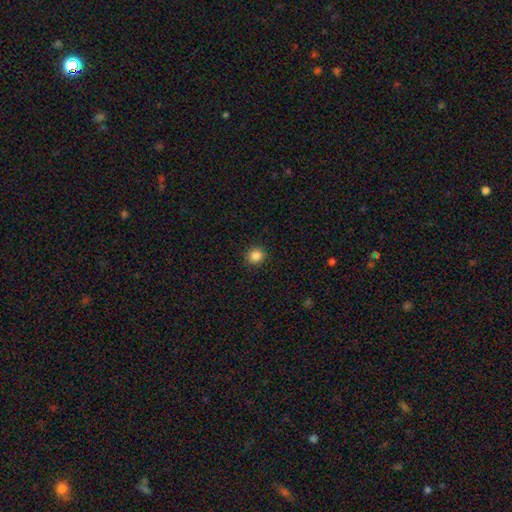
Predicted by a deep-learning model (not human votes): A smooth galaxy with no disk features (86%) that is round (90%).

Vote fractions:
- Smooth or featured? smooth: 86% / star or artifact: 11% / featured or disk: 3%
- How rounded? round: 90% / in between: 9% / cigar-shaped: 1%
- Merging? none: 90% / minor disturbance: 6% / major disturbance: 2% / merger: 1%